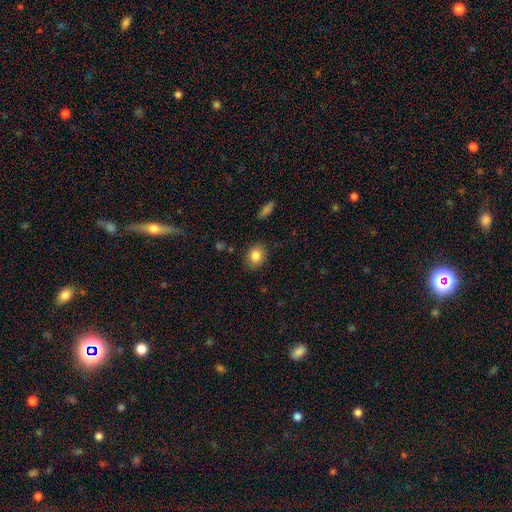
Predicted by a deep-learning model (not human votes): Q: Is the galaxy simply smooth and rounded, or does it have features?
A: smooth — 84%.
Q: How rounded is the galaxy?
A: in between — 51%.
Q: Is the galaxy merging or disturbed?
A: none — 86%.